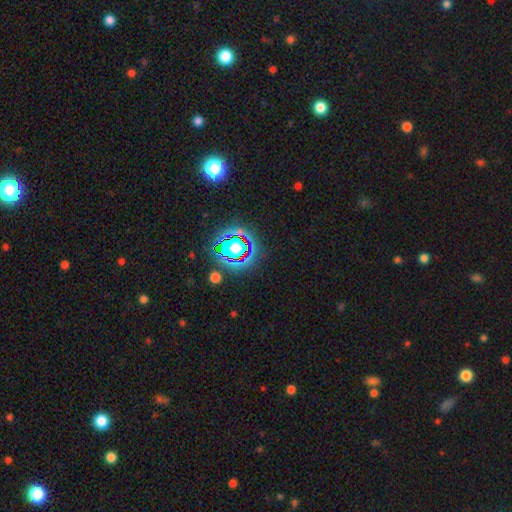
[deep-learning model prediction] This is clearly a star or artifact rather than a galaxy (80%).